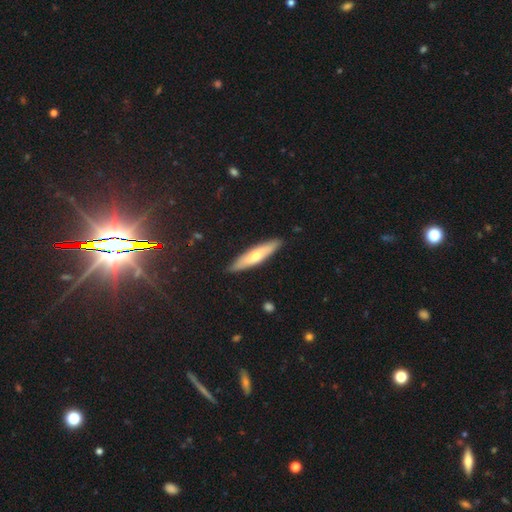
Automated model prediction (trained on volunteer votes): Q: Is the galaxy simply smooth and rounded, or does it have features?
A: smooth — 55%.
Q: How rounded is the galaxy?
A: cigar-shaped — 79%.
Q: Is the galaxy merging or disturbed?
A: none — 88%.